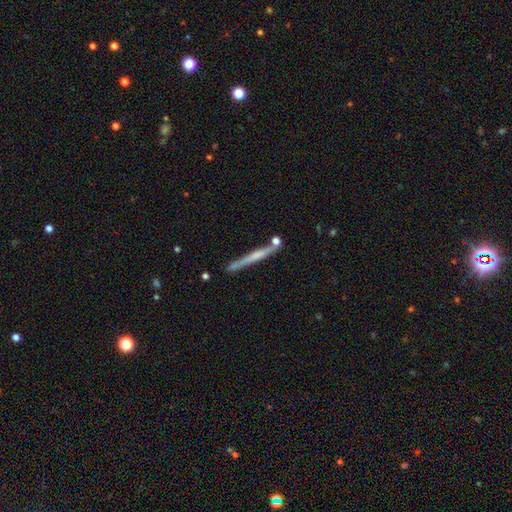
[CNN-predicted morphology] Q: Smooth or featured?
A: featured or disk (55%); runner-up: smooth (39%)
Q: Edge-on disk?
A: yes (96%); runner-up: no (4%)
Q: Edge-on bulge?
A: none (64%); runner-up: rounded (25%)
Q: Merging?
A: none (77%); runner-up: minor disturbance (13%)